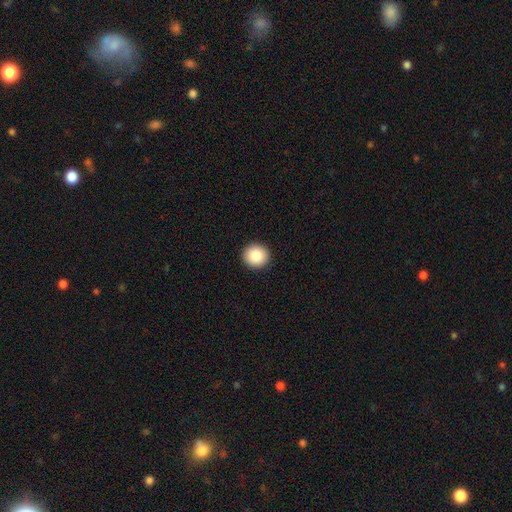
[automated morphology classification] smooth_or_featured: smooth (p=0.86) [alt: star or artifact p=0.08]
how_rounded: round (p=0.92) [alt: in between p=0.08]
merging: none (p=0.93) [alt: minor disturbance p=0.04]